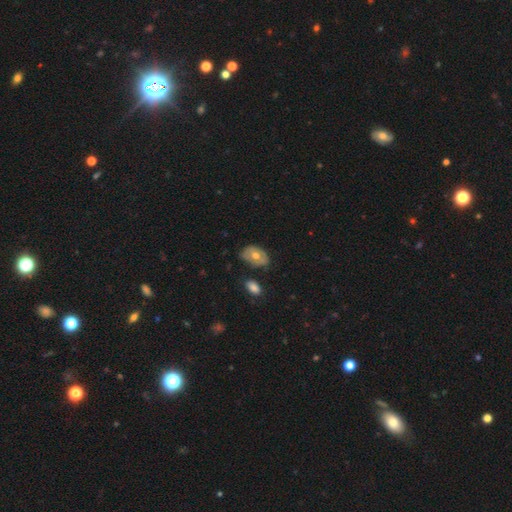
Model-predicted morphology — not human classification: smooth 49%, featured or disk 44%, star or artifact 7%. Down the decision tree: merging — none (62%).